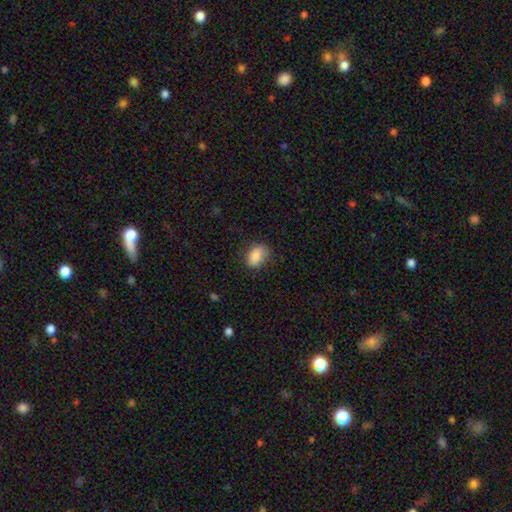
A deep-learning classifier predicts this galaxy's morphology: Smooth or featured? smooth (85%)
How rounded? in between (80%)
Merging? none (71%)